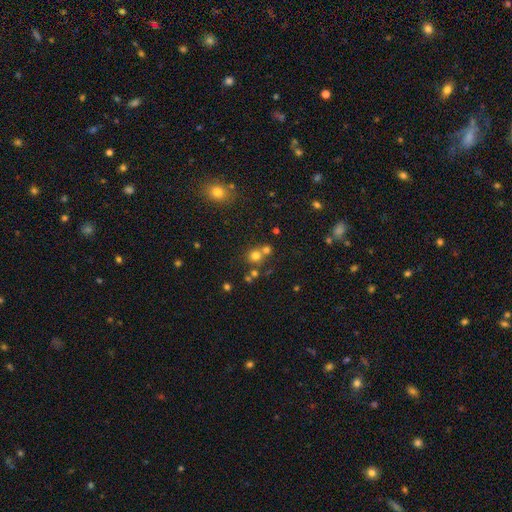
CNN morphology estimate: This is likely a smooth galaxy (69%). How rounded: clearly round (87%). Merging: possibly none (55%).